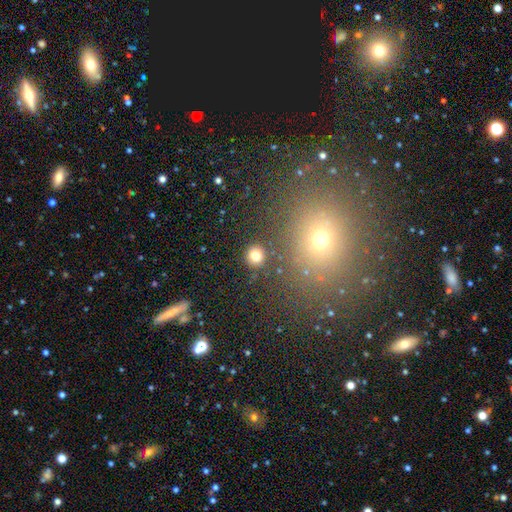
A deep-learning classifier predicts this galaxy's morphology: The model was most divided on "smooth or featured": smooth: 79%, star or artifact: 14%, featured or disk: 7%. More confident: how rounded — round (90%); merging — none (87%).